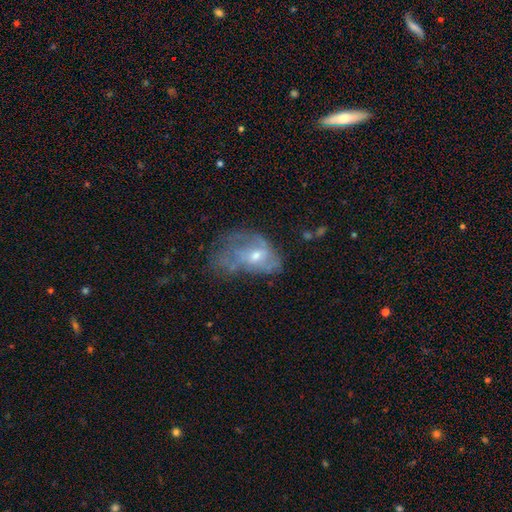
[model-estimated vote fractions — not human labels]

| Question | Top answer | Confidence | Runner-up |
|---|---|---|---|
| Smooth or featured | featured or disk | 60% | smooth (30%) |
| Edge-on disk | no | 96% | yes (4%) |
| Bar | no | 66% | weak (29%) |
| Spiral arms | no | 55% | yes (45%) |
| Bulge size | moderate | 49% | small (44%) |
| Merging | major disturbance | 41% | none (28%) |